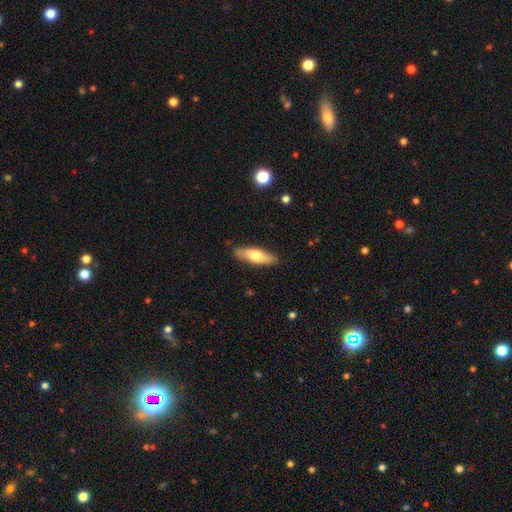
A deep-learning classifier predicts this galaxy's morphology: The model was most divided on "how rounded": cigar-shaped: 55%, in between: 43%, round: 2%. More confident: merging — none (88%); smooth or featured — smooth (62%).